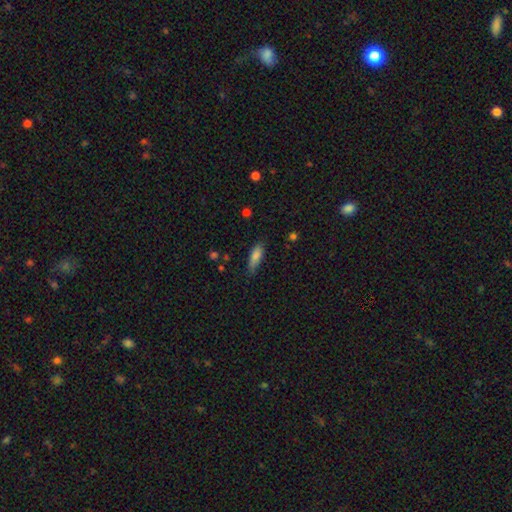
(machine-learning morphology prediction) Smooth or featured? Predicted: smooth (p=0.80). How rounded? Predicted: in between (p=0.56). Merging? Predicted: none (p=0.68).